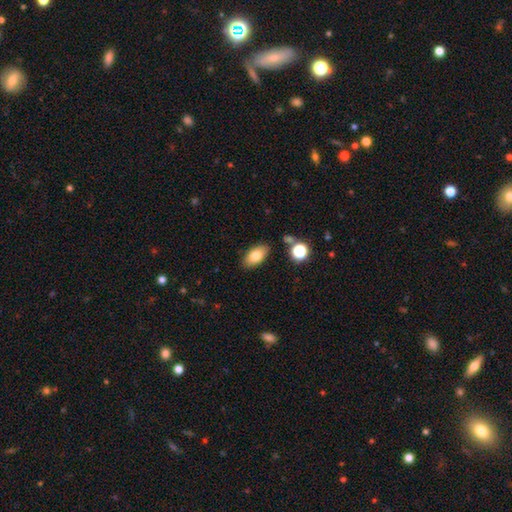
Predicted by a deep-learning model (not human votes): The model was most divided on "smooth or featured": smooth: 77%, featured or disk: 14%, star or artifact: 9%. More confident: how rounded — in between (90%); merging — none (85%).